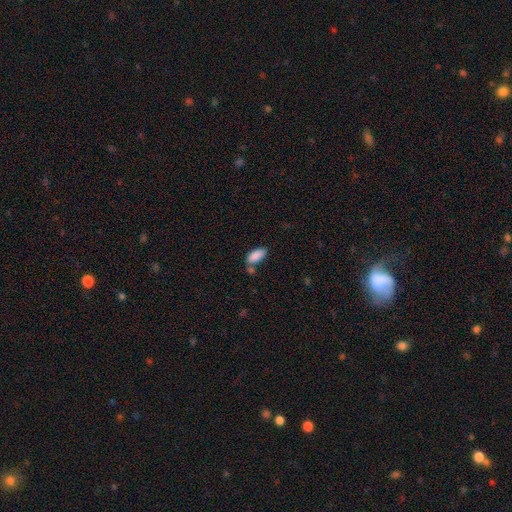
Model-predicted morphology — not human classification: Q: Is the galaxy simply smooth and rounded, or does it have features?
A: smooth — 88%.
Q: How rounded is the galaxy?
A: in between — 90%.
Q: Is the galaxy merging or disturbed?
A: none — 56%.